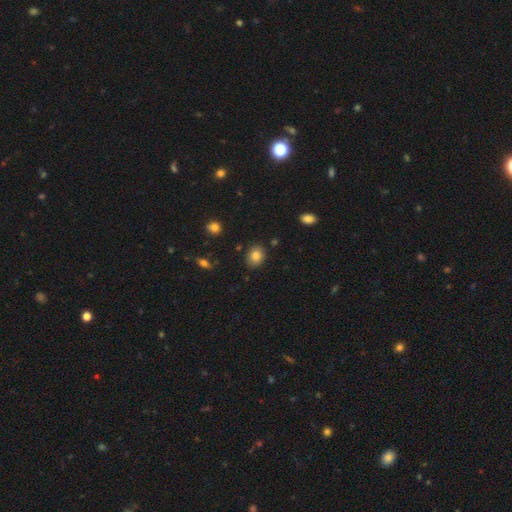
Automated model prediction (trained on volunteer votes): This is clearly a smooth galaxy (82%). How rounded: possibly in between (51%). Merging: clearly none (86%).